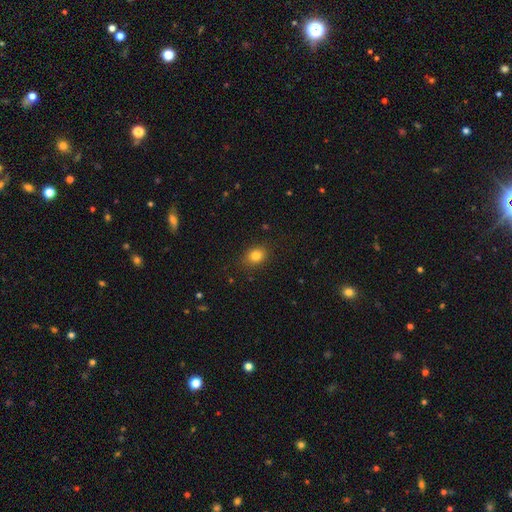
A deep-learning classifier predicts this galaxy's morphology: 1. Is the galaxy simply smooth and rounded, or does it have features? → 82% smooth, 11% star or artifact, 7% featured or disk.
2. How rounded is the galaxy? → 53% in between, 46% round, 1% cigar-shaped.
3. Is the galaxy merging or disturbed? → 86% none, 10% minor disturbance, 3% major disturbance, 1% merger.